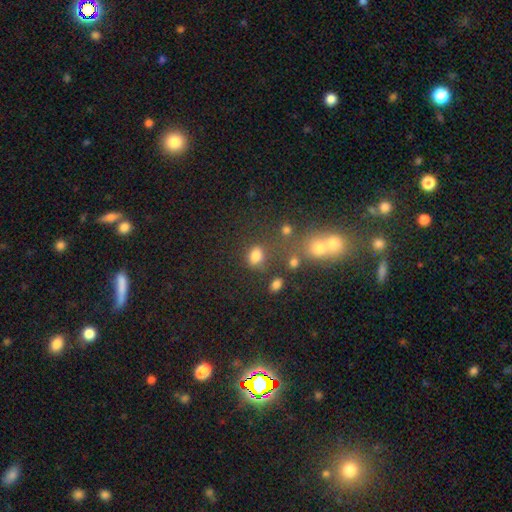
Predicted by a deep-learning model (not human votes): Q: Smooth or featured?
A: smooth (77%); runner-up: star or artifact (16%)
Q: How rounded?
A: in between (68%); runner-up: round (30%)
Q: Merging?
A: none (60%); runner-up: minor disturbance (18%)